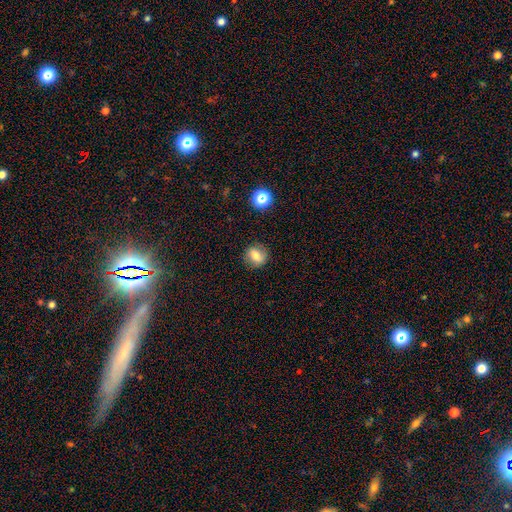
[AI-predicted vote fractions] smooth_or_featured: smooth (p=0.70) [alt: featured or disk p=0.18]
how_rounded: round (p=0.74) [alt: in between p=0.25]
merging: none (p=0.83) [alt: minor disturbance p=0.12]